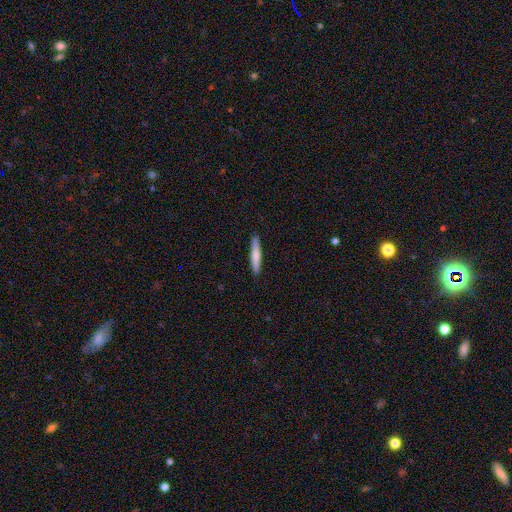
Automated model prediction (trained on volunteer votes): The model was most divided on "smooth or featured": smooth: 72%, featured or disk: 23%, star or artifact: 5%. More confident: how rounded — cigar-shaped (93%); merging — none (91%).